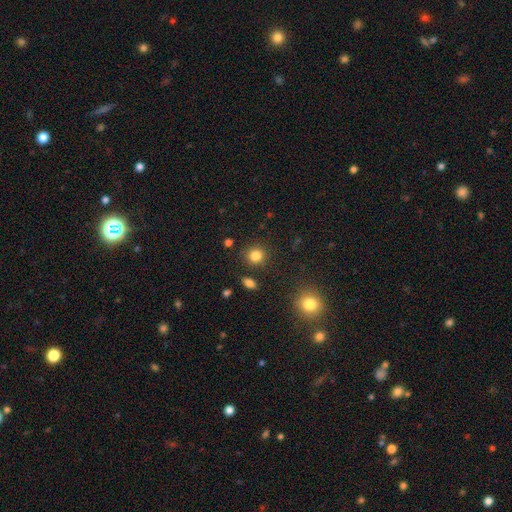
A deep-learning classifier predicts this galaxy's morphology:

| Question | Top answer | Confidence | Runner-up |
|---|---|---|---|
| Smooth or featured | smooth | 83% | star or artifact (12%) |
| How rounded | round | 86% | in between (13%) |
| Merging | none | 85% | minor disturbance (8%) |